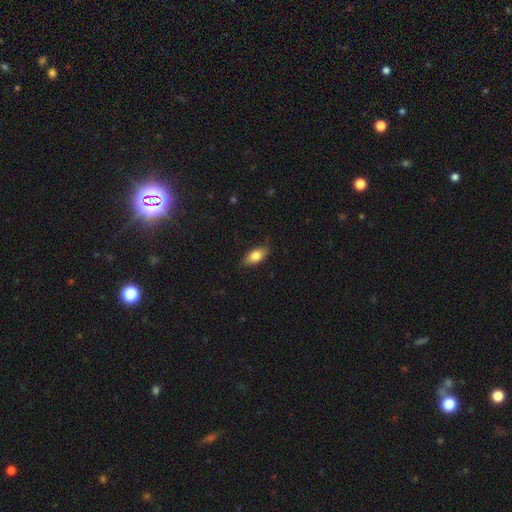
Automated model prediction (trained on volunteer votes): Smooth or featured? smooth (78%)
How rounded? in between (86%)
Merging? none (84%)